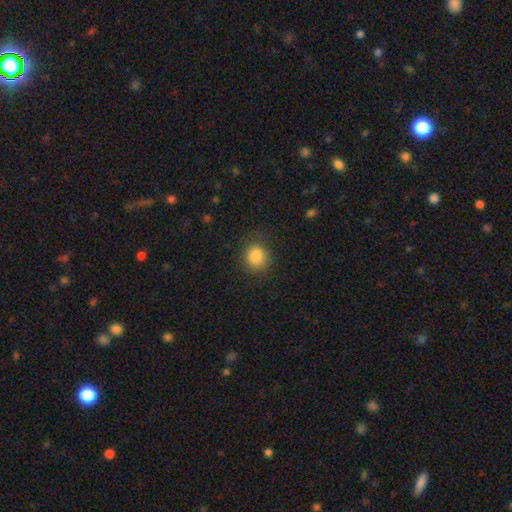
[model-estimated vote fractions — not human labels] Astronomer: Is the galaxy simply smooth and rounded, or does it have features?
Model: smooth — 86%.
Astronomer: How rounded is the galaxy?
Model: round — 79%.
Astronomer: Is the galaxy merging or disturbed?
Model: none — 79%.